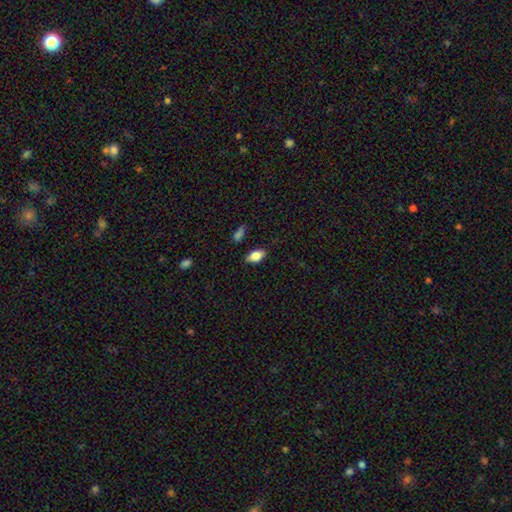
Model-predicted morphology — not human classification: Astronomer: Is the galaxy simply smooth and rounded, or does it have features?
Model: smooth — 82%.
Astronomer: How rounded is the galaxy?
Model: in between — 91%.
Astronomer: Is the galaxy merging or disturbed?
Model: none — 84%.